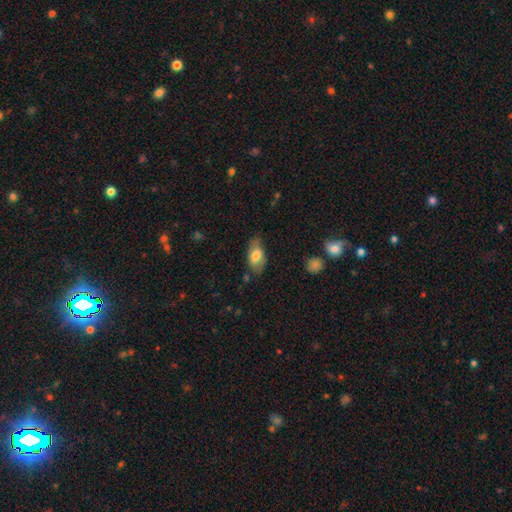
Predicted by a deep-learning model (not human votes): Smooth or featured? Predicted: smooth (p=0.69). How rounded? Predicted: in between (p=0.90). Merging? Predicted: none (p=0.72).